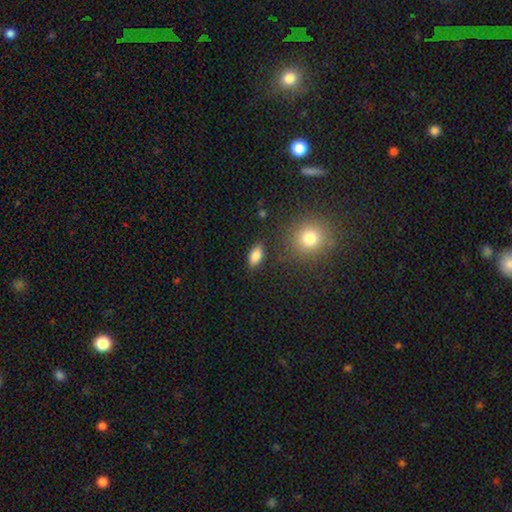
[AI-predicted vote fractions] Smooth or featured? Predicted: smooth (p=0.84). How rounded? Predicted: in between (p=0.88). Merging? Predicted: none (p=0.82).